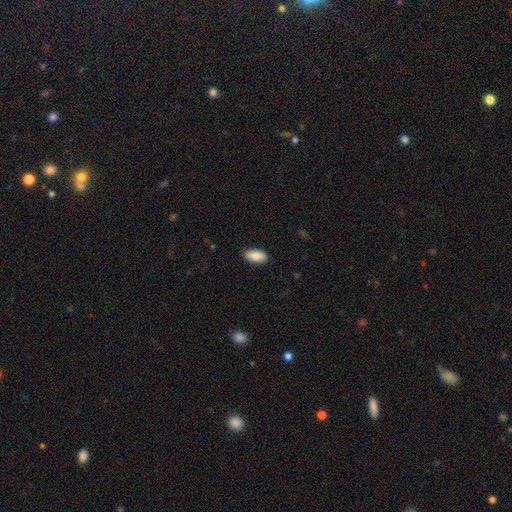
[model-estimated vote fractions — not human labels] Smooth or featured?
  - smooth: 89% *
  - star or artifact: 6%
  - featured or disk: 5%
How rounded?
  - in between: 93% *
  - cigar-shaped: 5%
  - round: 2%
Merging?
  - none: 88% *
  - minor disturbance: 9%
  - major disturbance: 2%
  - merger: 1%